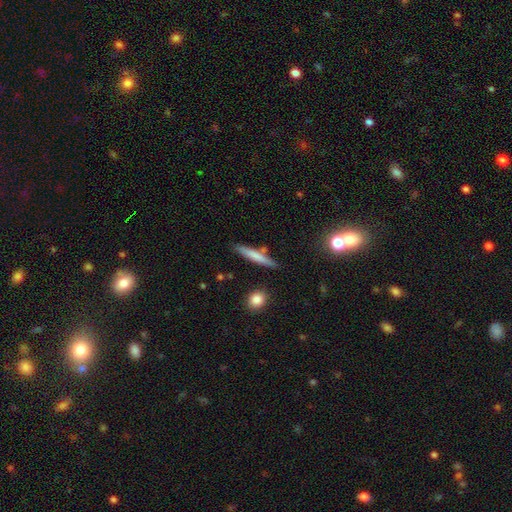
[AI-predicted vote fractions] Smooth or featured? Predicted: smooth (p=0.68). How rounded? Predicted: cigar-shaped (p=0.92). Merging? Predicted: none (p=0.79).